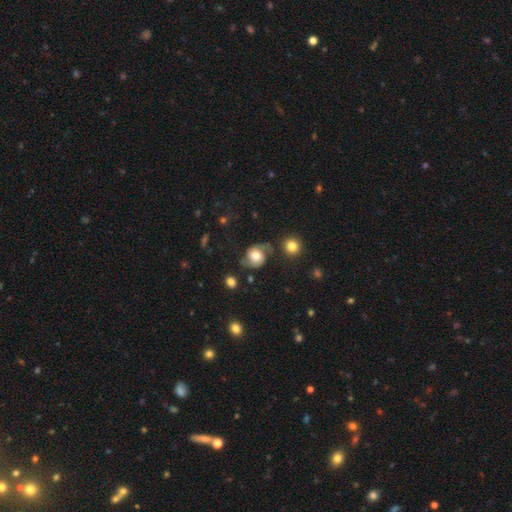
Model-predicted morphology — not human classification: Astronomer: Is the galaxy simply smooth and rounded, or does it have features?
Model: featured or disk — 56% (runner-up: smooth, 36%).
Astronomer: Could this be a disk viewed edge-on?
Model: no — 97%.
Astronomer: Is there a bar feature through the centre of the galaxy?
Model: no — 65%.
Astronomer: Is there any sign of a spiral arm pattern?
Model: yes — 87%.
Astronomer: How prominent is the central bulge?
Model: large — 47% (runner-up: moderate, 35%).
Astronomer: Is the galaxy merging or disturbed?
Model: none — 61%.